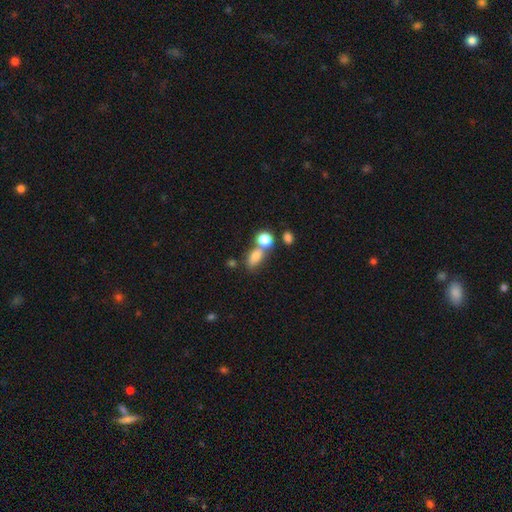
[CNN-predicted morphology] Smooth or featured? smooth (76%)
How rounded? in between (71%)
Merging? none (42%)